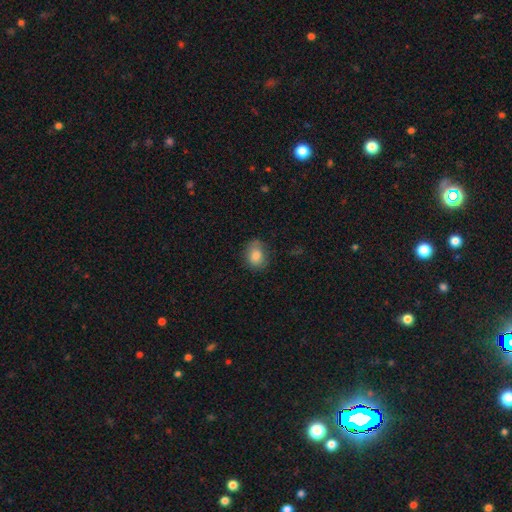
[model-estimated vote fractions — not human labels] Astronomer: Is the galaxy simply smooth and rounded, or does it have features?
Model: smooth — 81%.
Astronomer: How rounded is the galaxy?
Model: in between — 55% (runner-up: round, 44%).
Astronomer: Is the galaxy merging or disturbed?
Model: none — 67%.